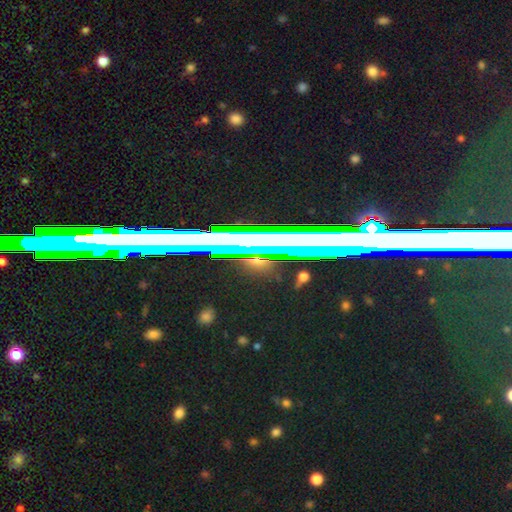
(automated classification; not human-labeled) star or artifact 68%, smooth 17%, featured or disk 15%.